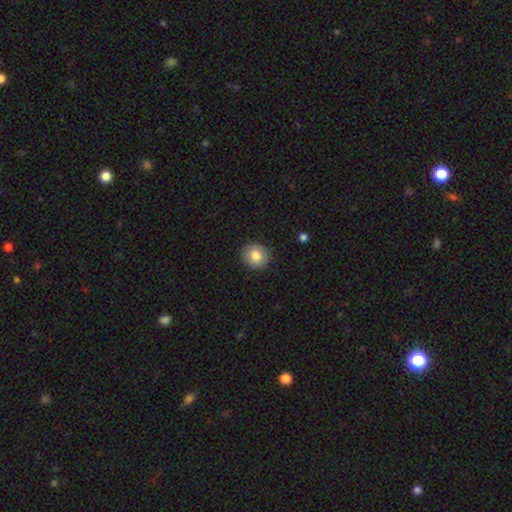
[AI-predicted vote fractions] A smooth galaxy with no disk features (82%) that is round (84%). Merging: none (89%).